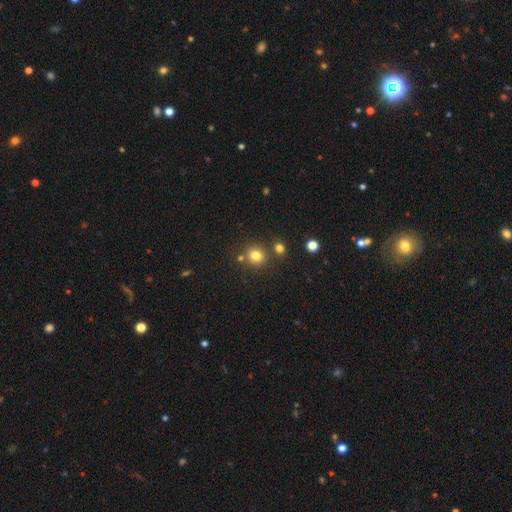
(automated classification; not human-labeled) The model was most divided on "smooth or featured": smooth: 79%, star or artifact: 14%, featured or disk: 6%. More confident: how rounded — round (89%); merging — none (78%).